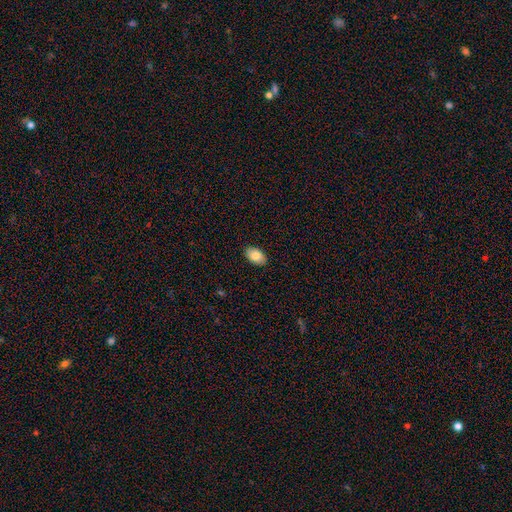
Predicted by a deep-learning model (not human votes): Smooth or featured? smooth (85%)
How rounded? in between (92%)
Merging? none (88%)